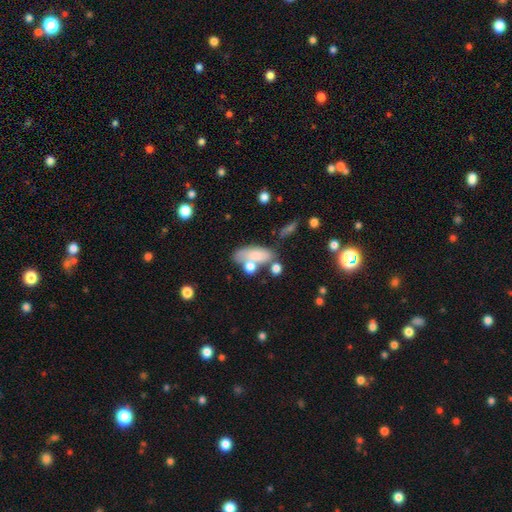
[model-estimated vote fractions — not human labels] smooth 71%, featured or disk 20%, star or artifact 9%. Down the decision tree: how rounded — in between (80%); merging — none (39%).